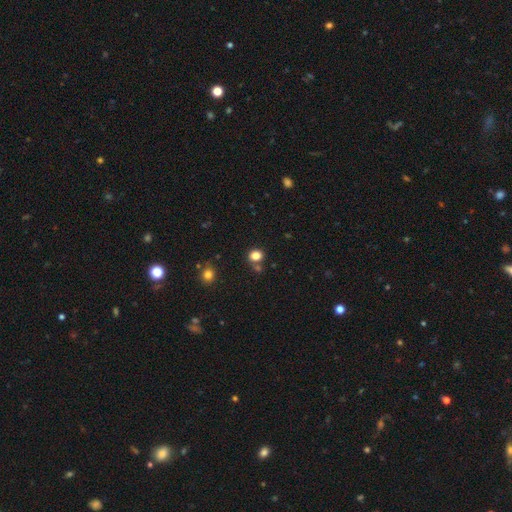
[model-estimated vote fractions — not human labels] Smooth or featured: smooth — 82% (star or artifact — 13%)
How rounded: round — 69% (in between — 30%)
Merging: none — 72% (merger — 14%)